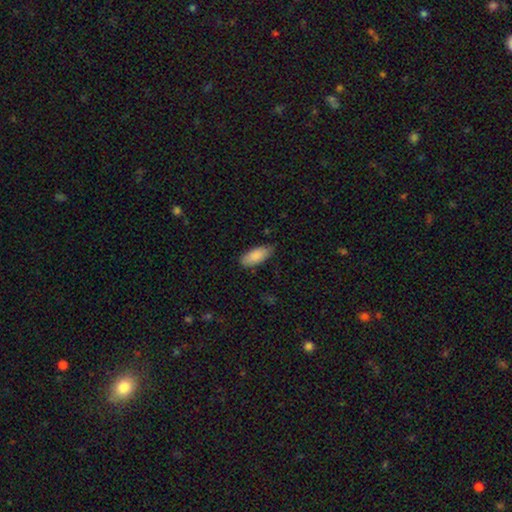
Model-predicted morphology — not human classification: Overall: smooth (88%). How rounded: in between (86%). Merging: none (76%).